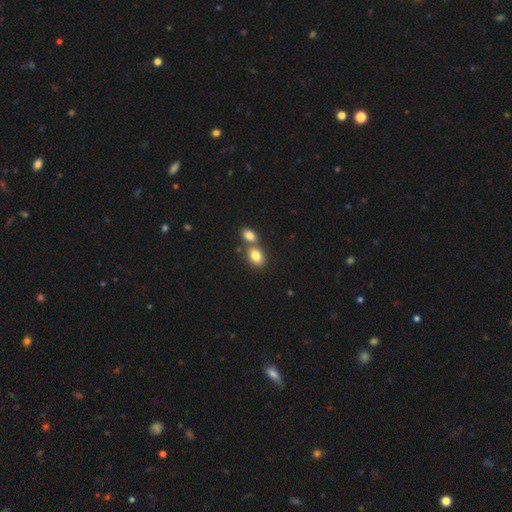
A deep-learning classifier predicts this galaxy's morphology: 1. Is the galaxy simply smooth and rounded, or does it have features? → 82% smooth, 9% star or artifact, 9% featured or disk.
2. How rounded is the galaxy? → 73% in between, 25% round, 1% cigar-shaped.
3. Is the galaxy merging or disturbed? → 45% merger, 44% none, 9% minor disturbance, 3% major disturbance.